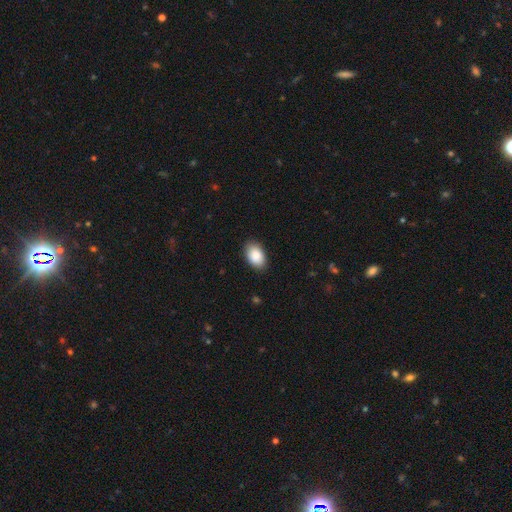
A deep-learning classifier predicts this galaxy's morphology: Smooth or featured? Predicted: smooth (p=0.89). How rounded? Predicted: in between (p=0.92). Merging? Predicted: none (p=0.87).